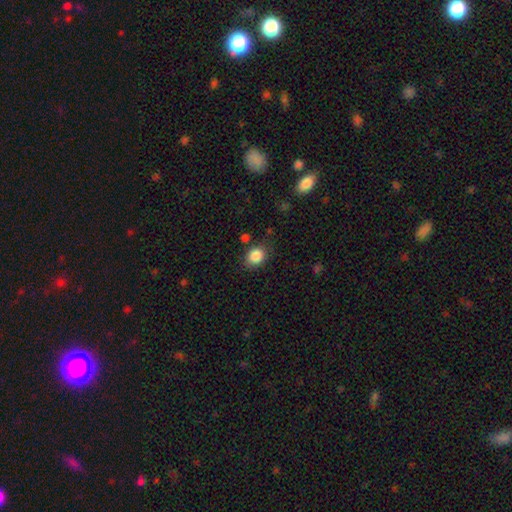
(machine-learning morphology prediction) type=smooth (87%); roundness=round (54%); merging=none (79%).